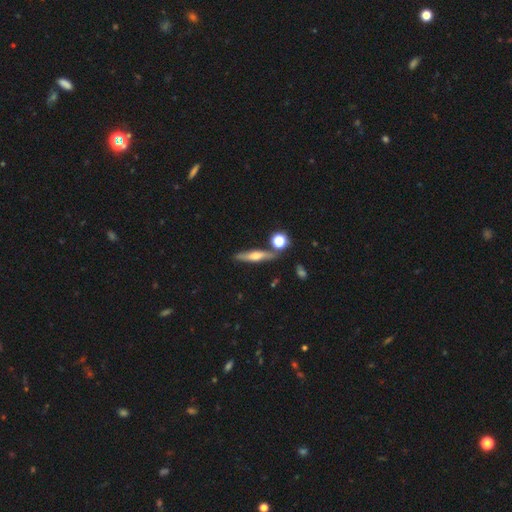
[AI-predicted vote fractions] Smooth or featured?
  - featured or disk: 56% *
  - smooth: 35%
  - star or artifact: 9%
Edge-on disk?
  - yes: 93% *
  - no: 7%
Edge-on bulge?
  - rounded: 88% *
  - boxy: 6%
  - none: 6%
Merging?
  - none: 81% *
  - minor disturbance: 10%
  - merger: 7%
  - major disturbance: 2%